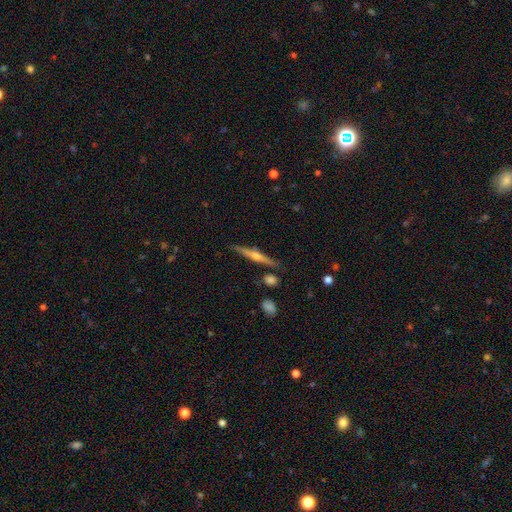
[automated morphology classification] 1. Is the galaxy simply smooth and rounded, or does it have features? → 80% featured or disk, 13% smooth, 6% star or artifact.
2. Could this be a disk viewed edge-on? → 98% yes, 2% no.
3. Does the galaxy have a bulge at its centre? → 91% rounded, 4% none, 4% boxy.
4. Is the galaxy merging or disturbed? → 89% none, 7% minor disturbance, 2% merger, 2% major disturbance.